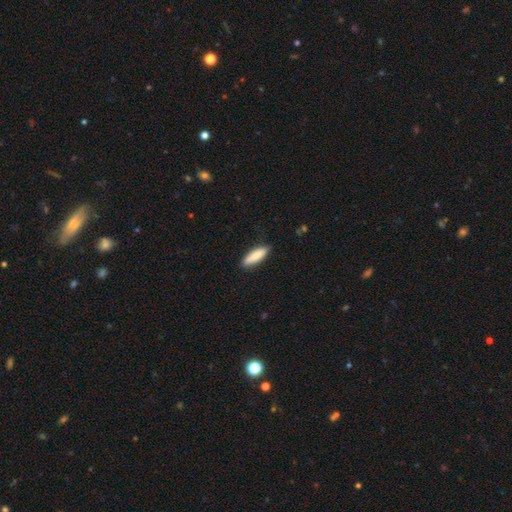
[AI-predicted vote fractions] smooth 86%, featured or disk 8%, star or artifact 5%. Down the decision tree: how rounded — cigar-shaped (57%); merging — none (87%).